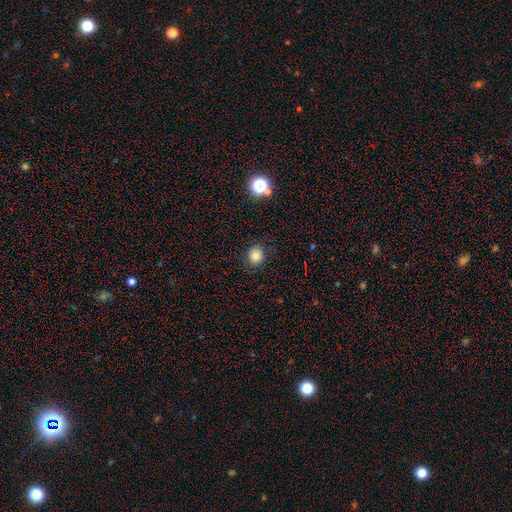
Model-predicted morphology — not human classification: smooth 82%, star or artifact 13%, featured or disk 5%. Down the decision tree: how rounded — round (72%); merging — none (86%).